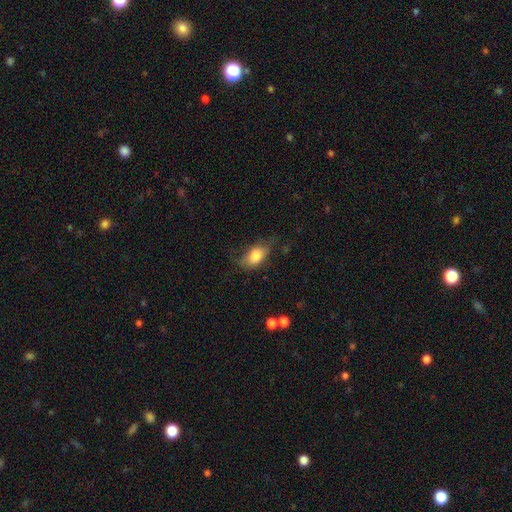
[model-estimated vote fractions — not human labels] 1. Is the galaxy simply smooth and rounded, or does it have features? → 79% smooth, 14% featured or disk, 8% star or artifact.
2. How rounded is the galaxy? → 87% in between, 10% round, 4% cigar-shaped.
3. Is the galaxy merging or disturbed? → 53% none, 30% minor disturbance, 15% major disturbance, 2% merger.